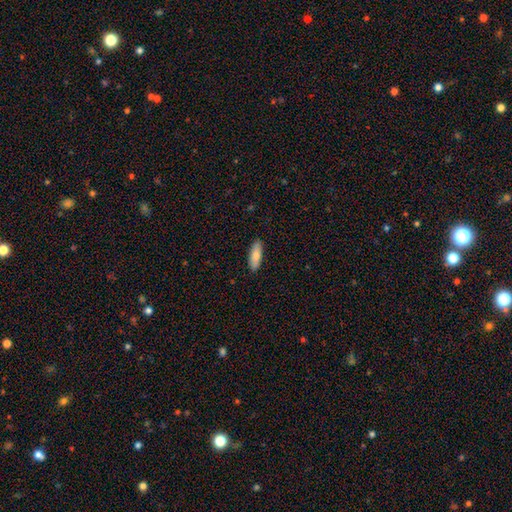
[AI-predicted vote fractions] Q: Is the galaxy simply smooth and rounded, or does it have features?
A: smooth — 83%.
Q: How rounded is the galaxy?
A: in between — 59%.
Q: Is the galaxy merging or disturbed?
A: none — 90%.